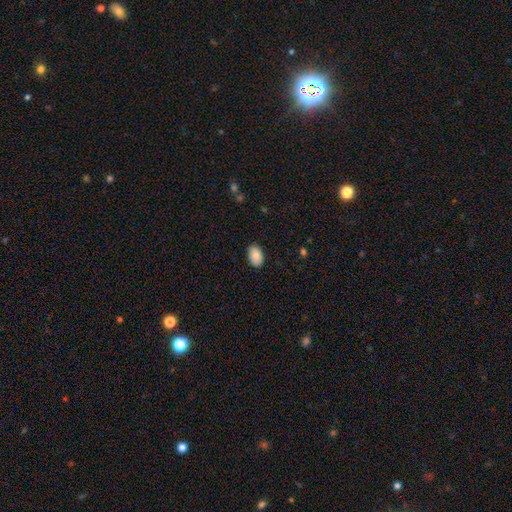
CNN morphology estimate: smooth 87%, star or artifact 7%, featured or disk 7%. Down the decision tree: how rounded — in between (89%); merging — none (87%).